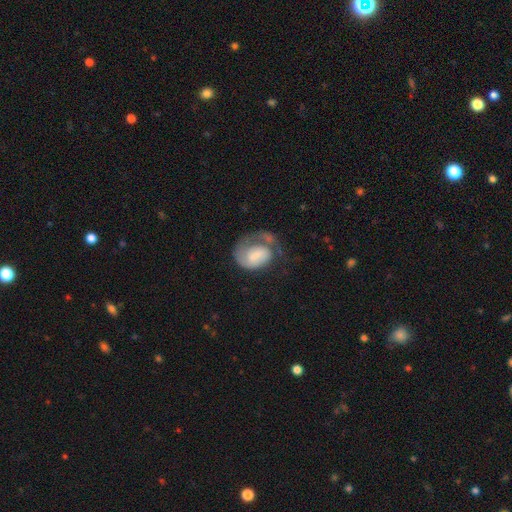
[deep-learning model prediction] This is likely a featured or disk galaxy (63%). It is clearly not viewed edge-on (98%). Bar: marginally weak (45%). Spiral arm pattern: clearly yes (83%). Spiral arm count: likely 1 (64%). Spiral winding: marginally tight (42%). Central bulge: possibly small (45%). Merging: marginally major disturbance (43%).